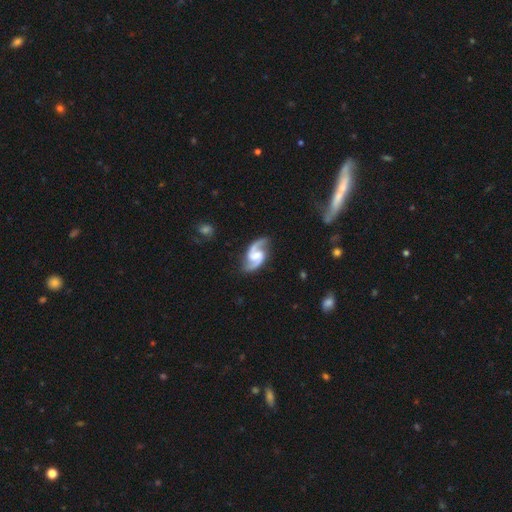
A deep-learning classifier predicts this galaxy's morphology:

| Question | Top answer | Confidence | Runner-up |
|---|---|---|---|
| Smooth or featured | featured or disk | 92% | smooth (4%) |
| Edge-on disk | no | 98% | yes (2%) |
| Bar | weak | 50% | no (28%) |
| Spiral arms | yes | 98% | no (2%) |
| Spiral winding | medium | 54% | loose (34%) |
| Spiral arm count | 2 | 95% | can't tell (1%) |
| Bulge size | moderate | 38% | small (26%) |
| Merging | none | 83% | minor disturbance (12%) |